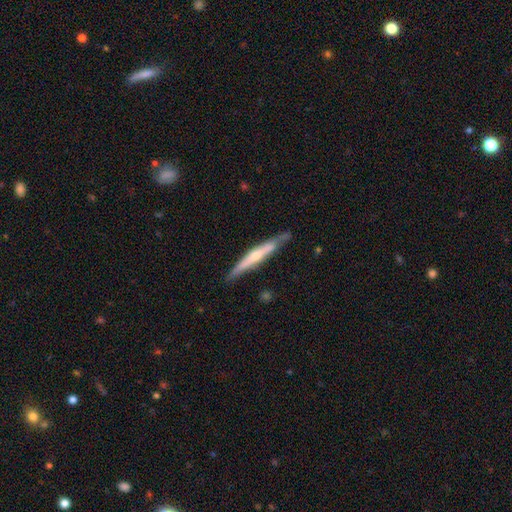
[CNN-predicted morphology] smooth_or_featured: featured or disk (p=0.63) [alt: smooth p=0.32]
disk_edge_on: yes (p=0.94) [alt: no p=0.06]
edge_on_bulge: rounded (p=0.69) [alt: none p=0.24]
merging: none (p=0.81) [alt: minor disturbance p=0.14]